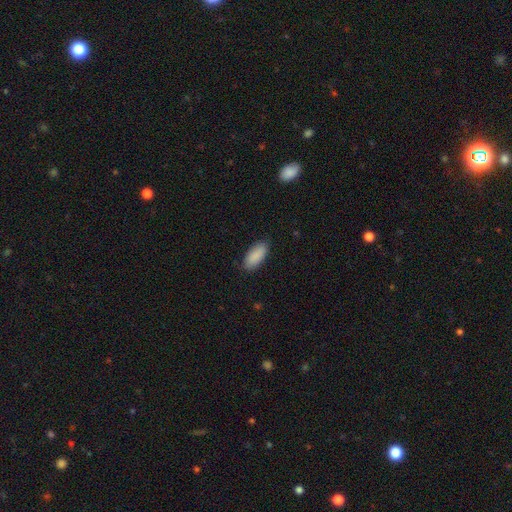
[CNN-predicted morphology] The model was most divided on "merging": none: 85%, minor disturbance: 12%, major disturbance: 2%, merger: 1%. More confident: smooth or featured — smooth (90%); how rounded — in between (88%).